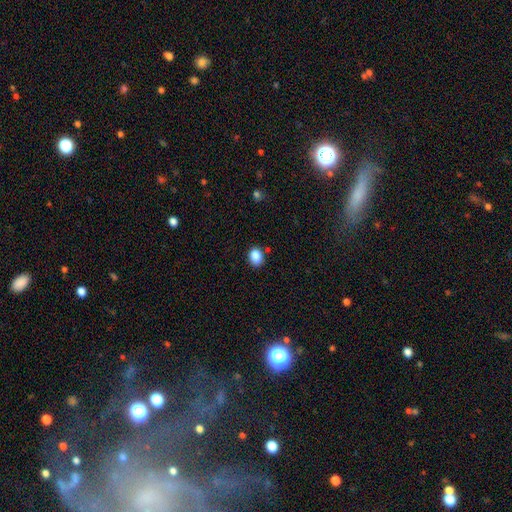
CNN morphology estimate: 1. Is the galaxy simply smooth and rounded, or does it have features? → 87% smooth, 9% star or artifact, 4% featured or disk.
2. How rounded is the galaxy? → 57% in between, 42% round, 1% cigar-shaped.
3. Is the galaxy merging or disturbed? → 81% none, 12% minor disturbance, 4% merger, 3% major disturbance.